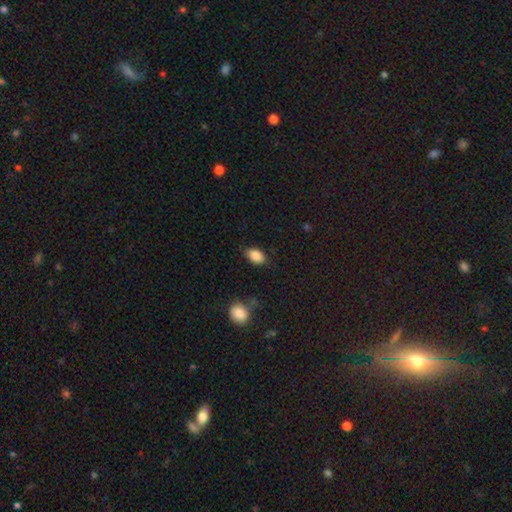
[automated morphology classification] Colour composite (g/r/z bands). It shows a smooth galaxy with no disk features (88%) that is in between round and cigar-shaped (90%). Merging: none (81%).